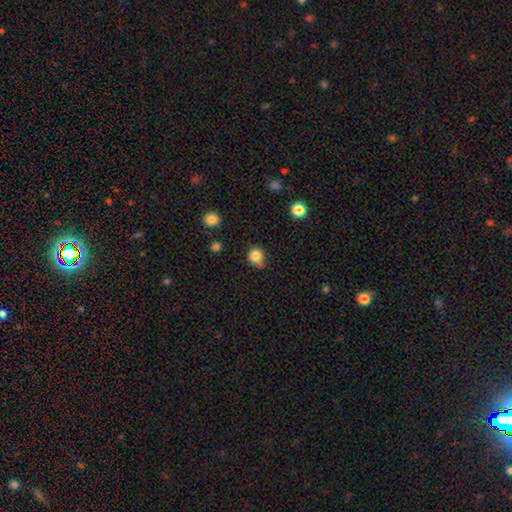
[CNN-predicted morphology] Smooth or featured: smooth — 83% (star or artifact — 12%)
How rounded: round — 83% (in between — 16%)
Merging: none — 61% (minor disturbance — 29%)